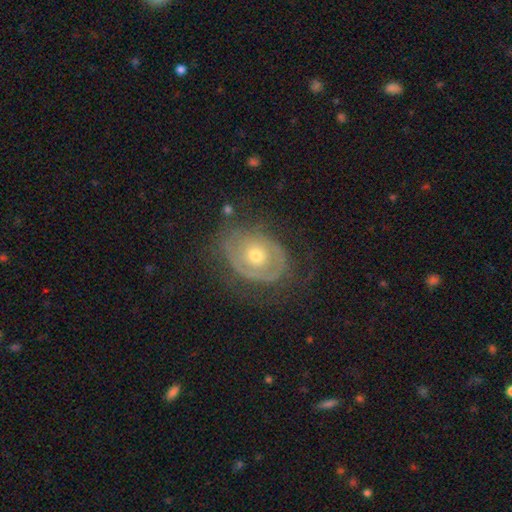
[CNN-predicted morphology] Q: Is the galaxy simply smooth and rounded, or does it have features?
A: featured or disk — 73%.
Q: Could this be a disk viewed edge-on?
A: no — 95%.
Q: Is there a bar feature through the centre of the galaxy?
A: no — 84%.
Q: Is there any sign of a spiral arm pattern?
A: yes — 58%.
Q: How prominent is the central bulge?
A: moderate — 59%.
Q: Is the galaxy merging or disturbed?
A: none — 62%.